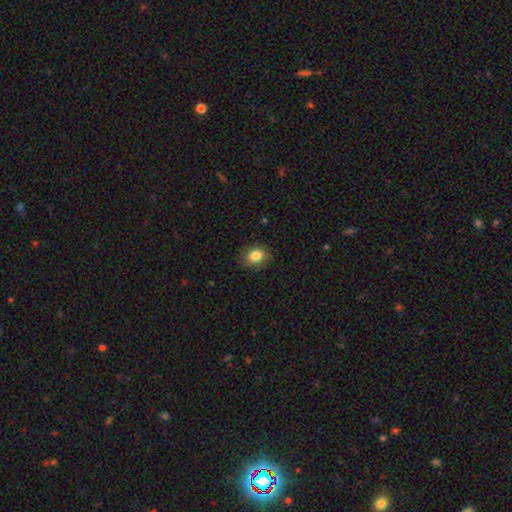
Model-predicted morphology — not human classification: Smooth or featured? smooth (85%)
How rounded? round (51%)
Merging? none (87%)